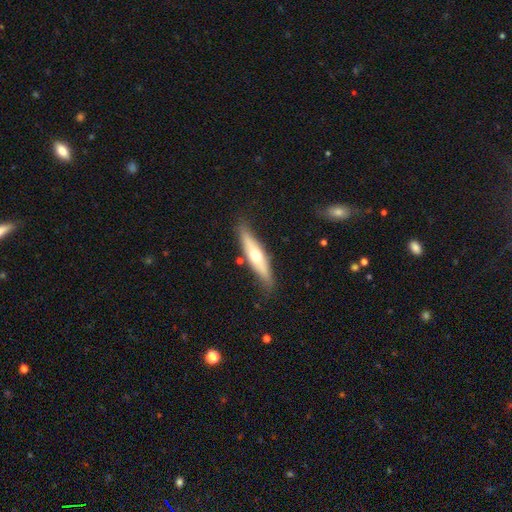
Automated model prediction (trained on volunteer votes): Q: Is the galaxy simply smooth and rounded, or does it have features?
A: featured or disk — 50%.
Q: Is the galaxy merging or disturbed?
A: none — 81%.